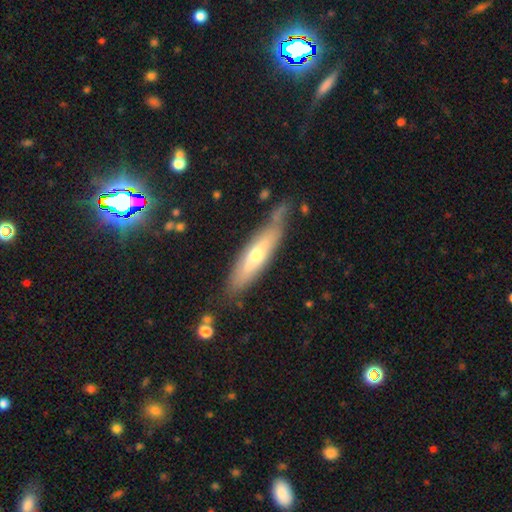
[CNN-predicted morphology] Smooth or featured? Predicted: featured or disk (p=0.57). Edge-on disk? Predicted: yes (p=0.68). Merging? Predicted: none (p=0.68).